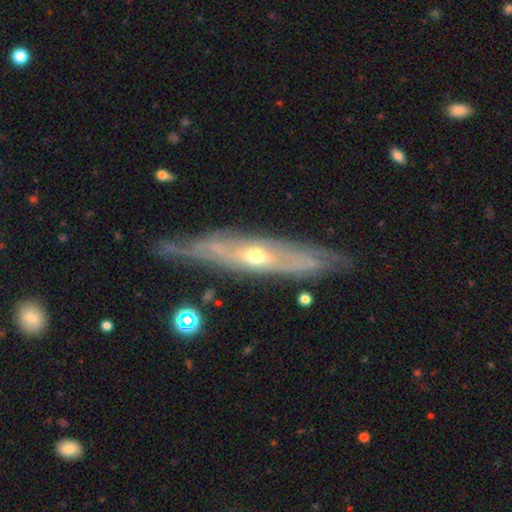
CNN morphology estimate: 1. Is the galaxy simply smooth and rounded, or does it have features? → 79% featured or disk, 16% smooth, 5% star or artifact.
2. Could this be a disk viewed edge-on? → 57% no, 43% yes.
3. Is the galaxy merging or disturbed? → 69% none, 20% minor disturbance, 8% major disturbance, 3% merger.